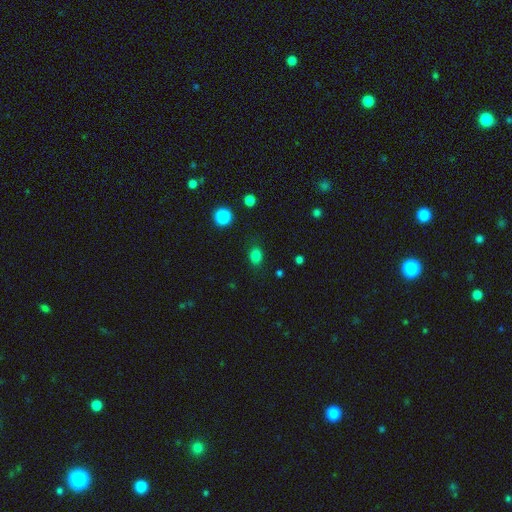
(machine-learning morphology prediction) This appears to be a smooth galaxy with no disk features (81%) that is in between round and cigar-shaped (51%). Merging: none (83%).